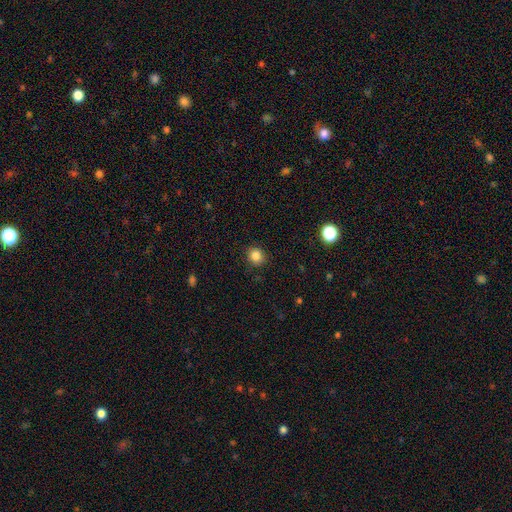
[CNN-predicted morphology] Smooth or featured? Predicted: smooth (p=0.85). How rounded? Predicted: round (p=0.87). Merging? Predicted: none (p=0.90).